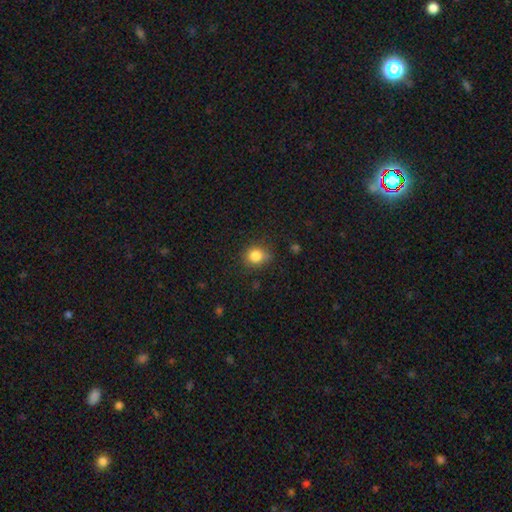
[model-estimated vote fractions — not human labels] smooth_or_featured: smooth (p=0.83) [alt: star or artifact p=0.11]
how_rounded: round (p=0.74) [alt: in between p=0.25]
merging: none (p=0.71) [alt: minor disturbance p=0.22]